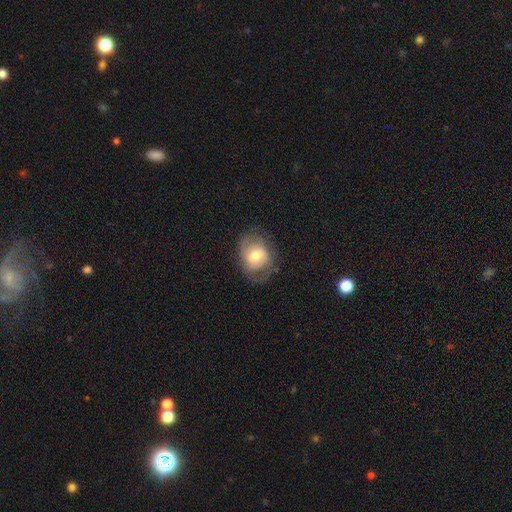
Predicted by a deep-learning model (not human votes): A smooth galaxy with no disk features (53%) that is in between round and cigar-shaped (53%). Merging: none (61%).